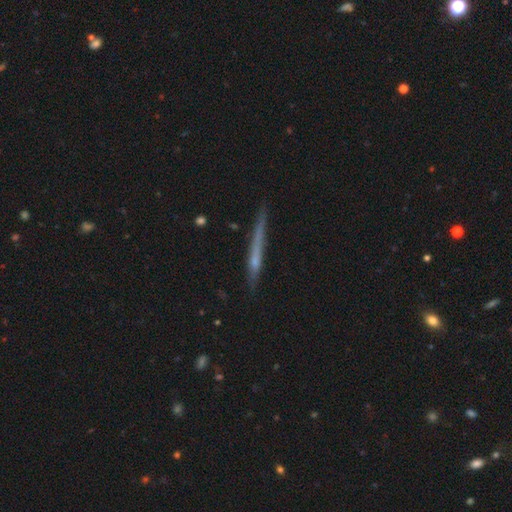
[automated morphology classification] The model was most divided on "smooth or featured": featured or disk: 49%, smooth: 43%, star or artifact: 8%. More confident: merging — none (80%).